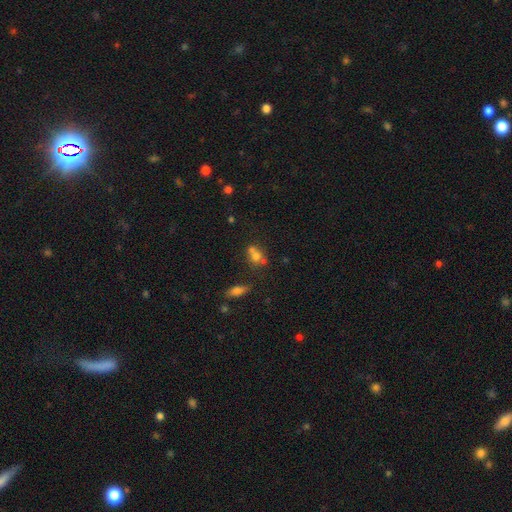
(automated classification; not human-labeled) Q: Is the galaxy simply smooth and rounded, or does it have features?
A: smooth — 65%.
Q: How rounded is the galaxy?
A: in between — 48%, tied with round.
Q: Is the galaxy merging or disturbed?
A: merger — 48%.